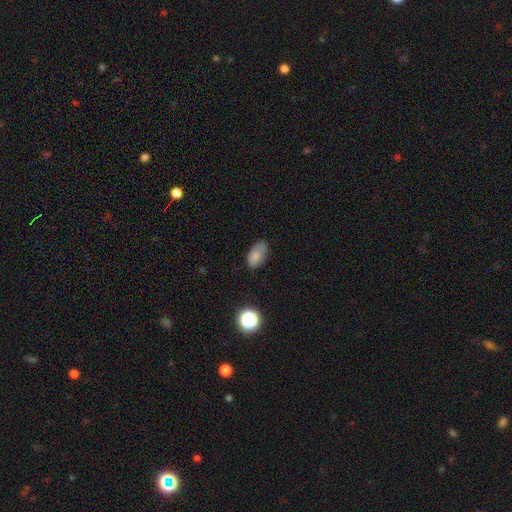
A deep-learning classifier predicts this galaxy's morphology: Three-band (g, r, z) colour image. It shows a smooth galaxy with no disk features (81%) that is in between round and cigar-shaped (91%). Merging: none (63%).